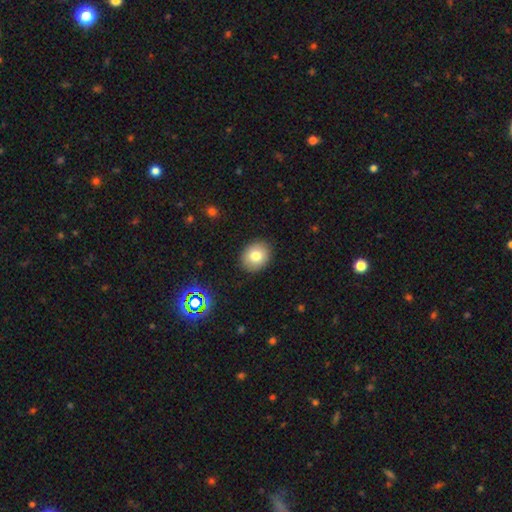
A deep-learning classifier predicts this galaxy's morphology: Q: Smooth or featured?
A: smooth (78%); runner-up: featured or disk (12%)
Q: How rounded?
A: round (57%); runner-up: in between (42%)
Q: Merging?
A: none (89%); runner-up: minor disturbance (8%)